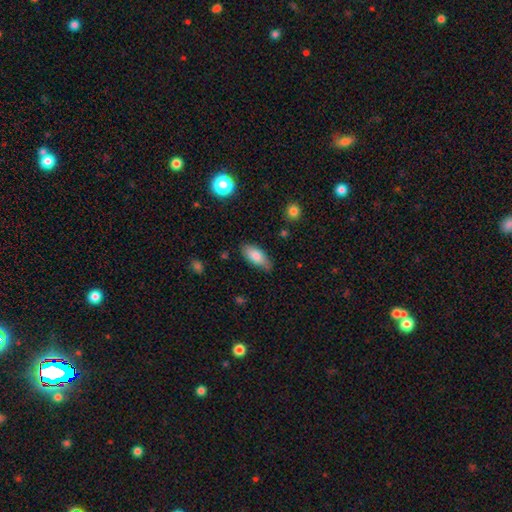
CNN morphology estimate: This is clearly a smooth galaxy (81%). How rounded: clearly in between (86%). Merging: likely none (73%).